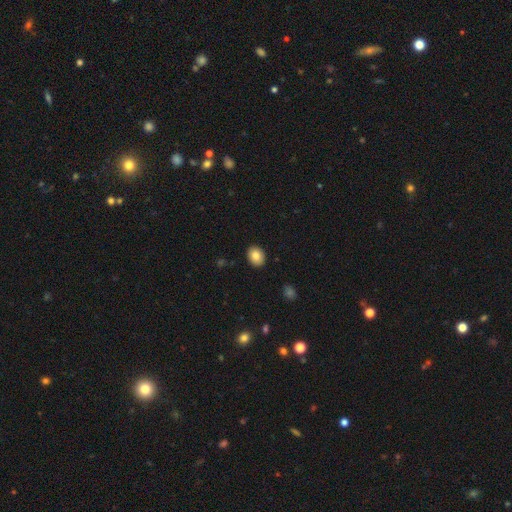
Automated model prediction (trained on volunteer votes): smooth-or-featured: smooth: 84% | star or artifact: 8% | featured or disk: 8%
  how-rounded: round: 53% | in between: 46% | cigar-shaped: 1%
  merging: none: 91% | minor disturbance: 7% | major disturbance: 2% | merger: 1%